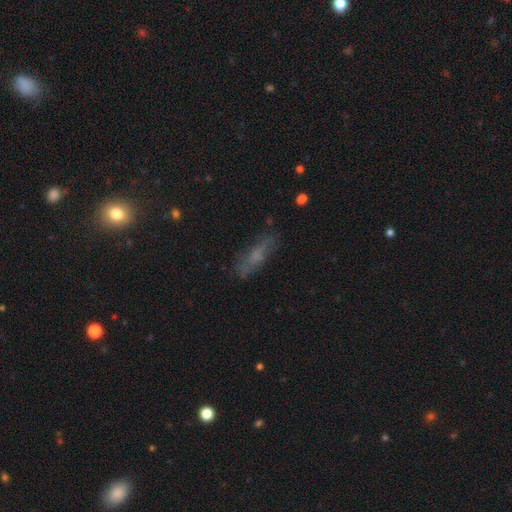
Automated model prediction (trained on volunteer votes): Smooth or featured? Predicted: smooth (p=0.51). How rounded? Predicted: cigar-shaped (p=0.55). Merging? Predicted: none (p=0.70).